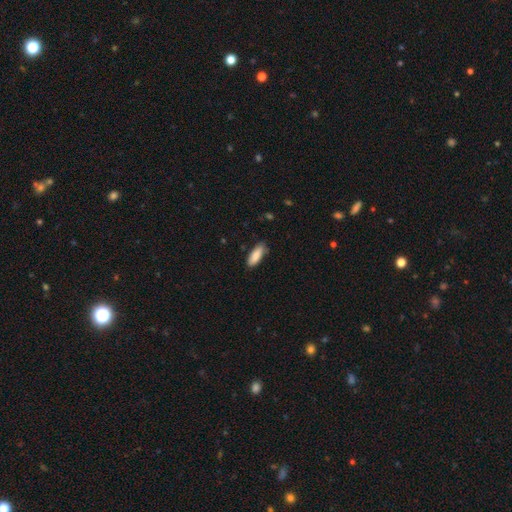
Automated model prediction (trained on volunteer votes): A smooth galaxy with no disk features (87%) that is in between round and cigar-shaped (67%).

Vote fractions:
- Smooth or featured? smooth: 87% / featured or disk: 7% / star or artifact: 6%
- How rounded? in between: 67% / cigar-shaped: 32% / round: 2%
- Merging? none: 75% / minor disturbance: 20% / major disturbance: 3% / merger: 1%